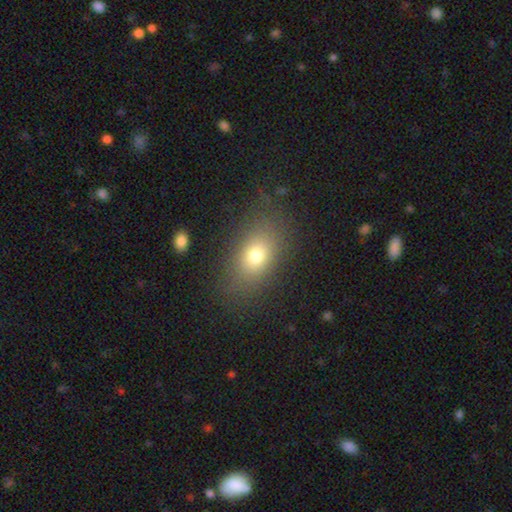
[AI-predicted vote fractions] Smooth or featured? smooth (73%)
How rounded? in between (78%)
Merging? none (80%)